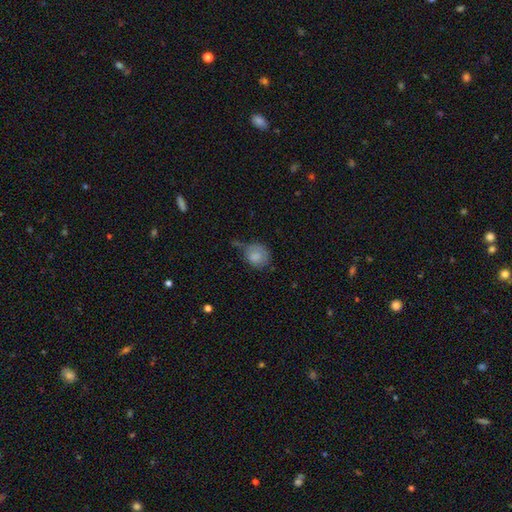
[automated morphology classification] Overall: smooth (80%). How rounded: round (72%). Merging: none (45%; minor disturbance 31%).